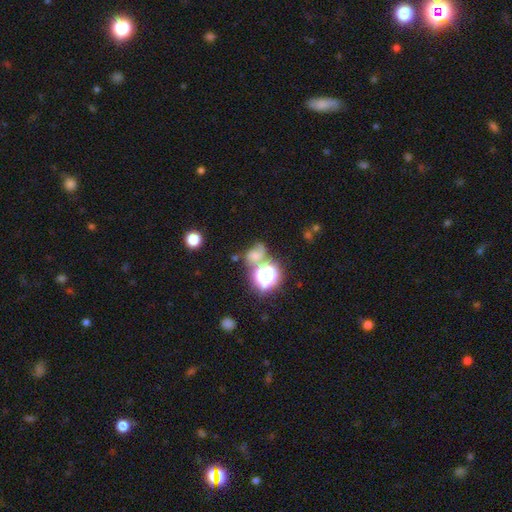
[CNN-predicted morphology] type=smooth (43%); merging=none (43%).